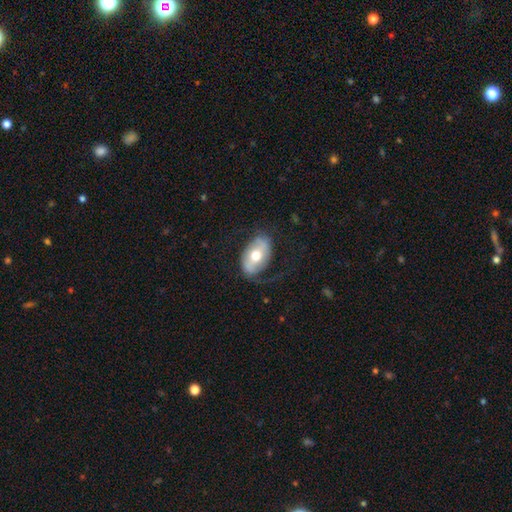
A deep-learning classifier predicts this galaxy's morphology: type=featured or disk (50%); edge-on=no (90%); merging=none (64%).